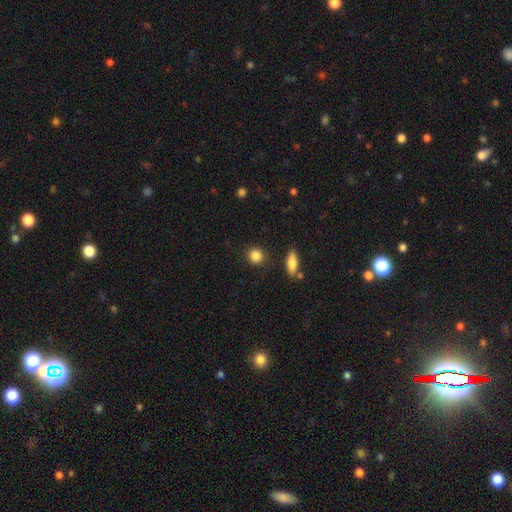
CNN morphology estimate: This appears to be a smooth galaxy with no disk features (86%) that is round (84%). Merging: none (88%).